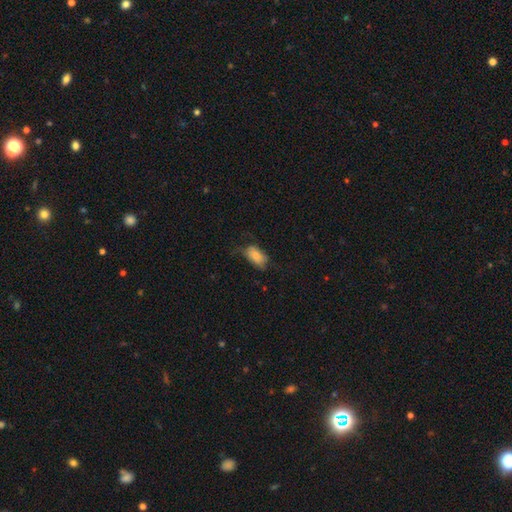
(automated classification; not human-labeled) Smooth or featured? smooth (82%)
How rounded? in between (92%)
Merging? none (47%)